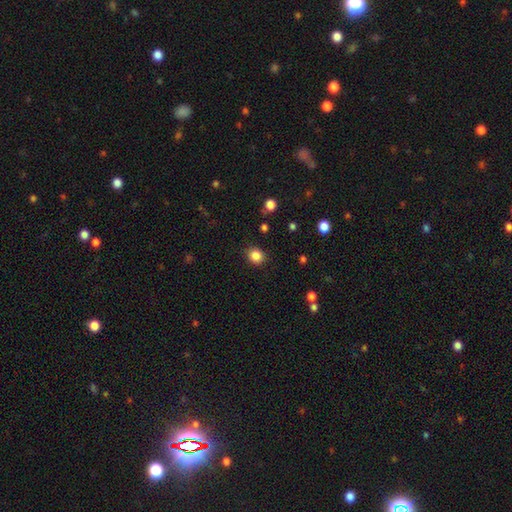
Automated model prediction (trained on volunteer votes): A smooth galaxy with no disk features (85%) that is round (77%).

Vote fractions:
- Smooth or featured? smooth: 85% / star or artifact: 11% / featured or disk: 4%
- How rounded? round: 77% / in between: 22% / cigar-shaped: 1%
- Merging? none: 88% / minor disturbance: 8% / major disturbance: 2% / merger: 1%